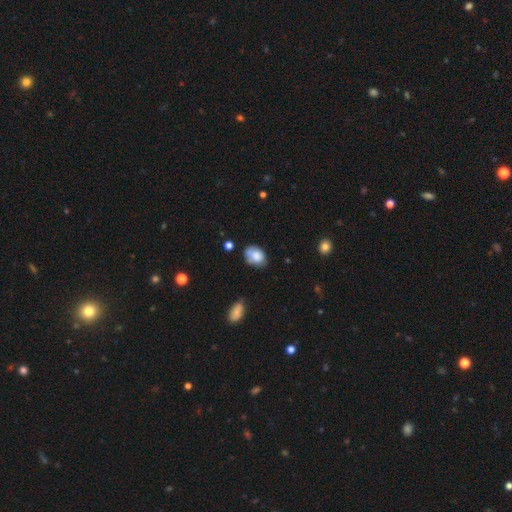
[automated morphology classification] A smooth galaxy with no disk features (77%) that is in between round and cigar-shaped (75%). Merging: none (50%).